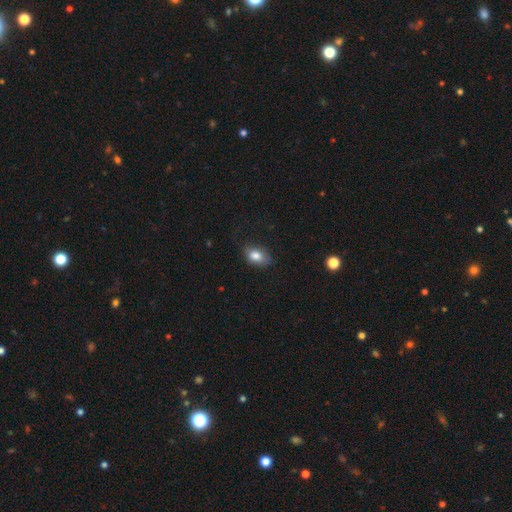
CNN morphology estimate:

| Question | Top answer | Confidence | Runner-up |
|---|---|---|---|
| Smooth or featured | smooth | 82% | featured or disk (9%) |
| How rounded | in between | 80% | round (18%) |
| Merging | none | 74% | minor disturbance (20%) |